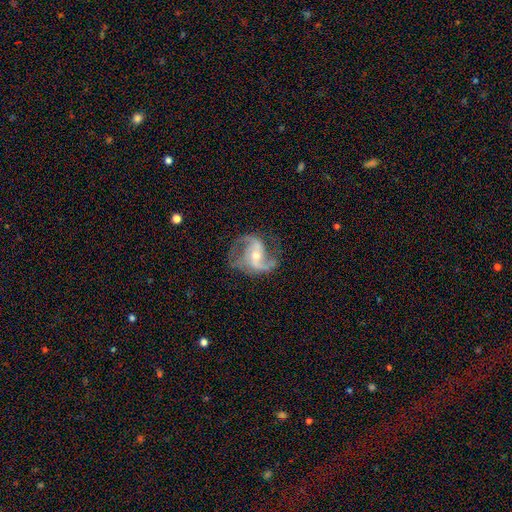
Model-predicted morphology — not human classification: A featured or disk galaxy (90%) with a weak bar (40%), 2 (85%) loose (47%) spiral arms (97%) and a moderate central bulge (49%). Merging: none (68%).